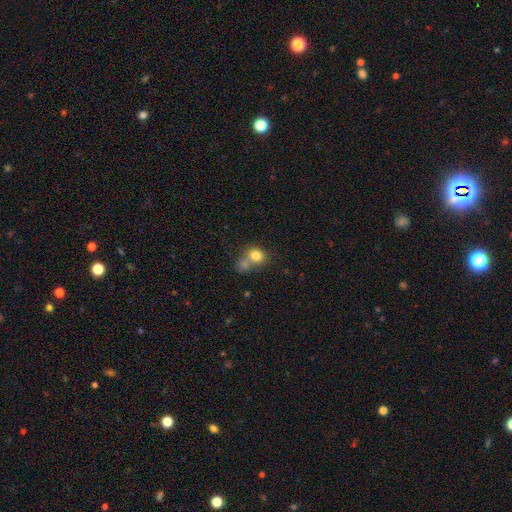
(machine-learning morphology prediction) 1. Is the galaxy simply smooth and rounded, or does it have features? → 79% smooth, 11% star or artifact, 10% featured or disk.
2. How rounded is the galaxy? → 73% round, 26% in between, 1% cigar-shaped.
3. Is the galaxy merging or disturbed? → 44% merger, 39% none, 11% minor disturbance, 5% major disturbance.